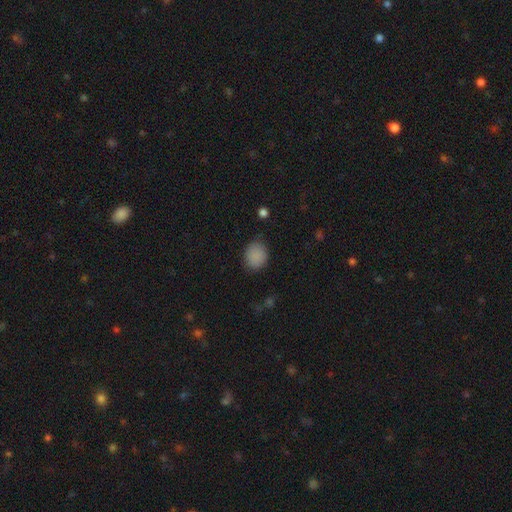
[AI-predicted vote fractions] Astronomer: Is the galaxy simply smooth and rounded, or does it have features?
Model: smooth — 87%.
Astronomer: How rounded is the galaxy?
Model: round — 65%.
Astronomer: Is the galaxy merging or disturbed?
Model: none — 82%.